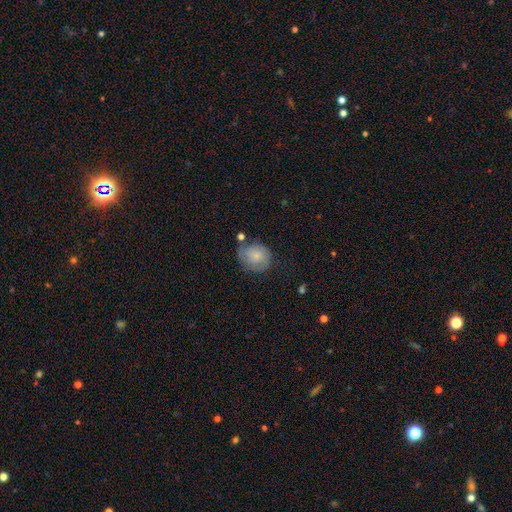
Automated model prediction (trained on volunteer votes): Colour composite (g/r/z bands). It shows a smooth galaxy with no disk features (52%) that is round (74%). Merging: none (56%).